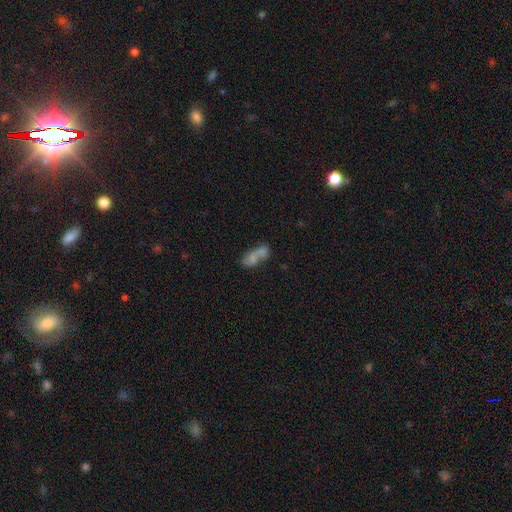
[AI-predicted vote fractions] This is possibly a smooth galaxy (49%). Merging: possibly merger (47%).